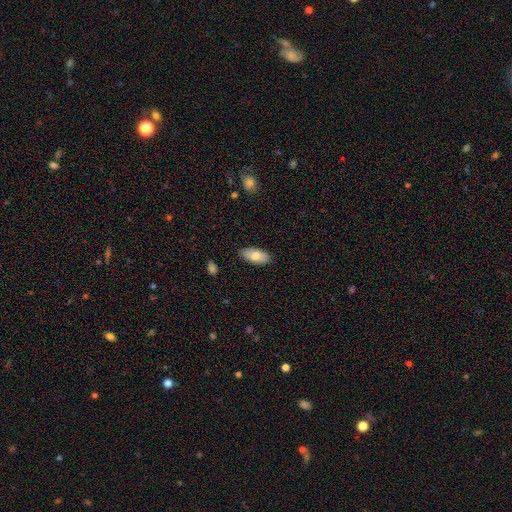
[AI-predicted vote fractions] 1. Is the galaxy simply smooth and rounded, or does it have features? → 76% smooth, 18% featured or disk, 6% star or artifact.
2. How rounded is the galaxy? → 94% in between, 4% cigar-shaped, 3% round.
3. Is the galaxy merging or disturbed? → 87% none, 10% minor disturbance, 2% major disturbance, 1% merger.